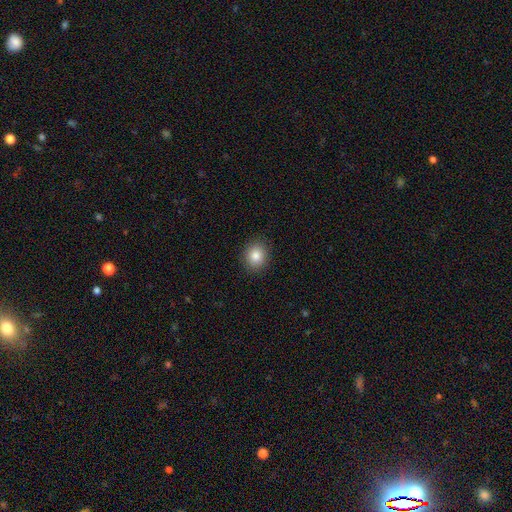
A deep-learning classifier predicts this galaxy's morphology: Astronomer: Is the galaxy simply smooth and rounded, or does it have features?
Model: smooth — 84%.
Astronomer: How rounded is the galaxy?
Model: round — 76%.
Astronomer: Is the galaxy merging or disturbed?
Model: none — 90%.